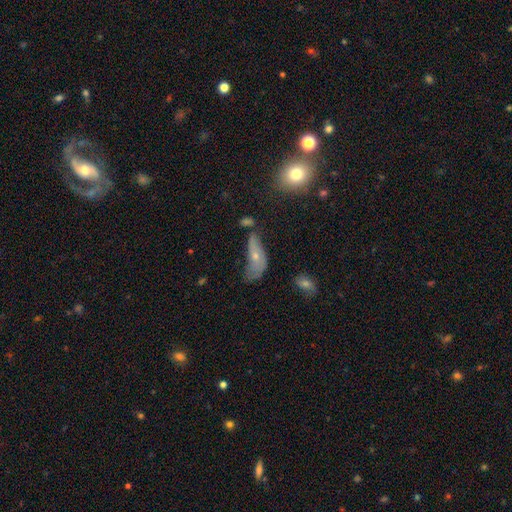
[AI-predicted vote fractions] The model was most divided on "merging": major disturbance: 34%, minor disturbance: 32%, none: 25%, merger: 9%. Remaining: smooth or featured — smooth (50%).